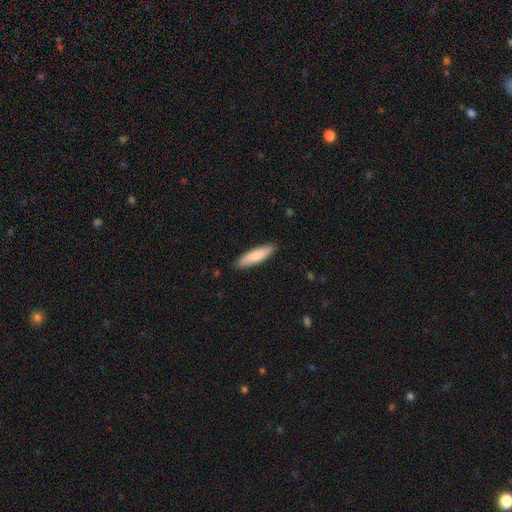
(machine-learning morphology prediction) The model was most divided on "how rounded": cigar-shaped: 69%, in between: 30%, round: 1%. More confident: merging — none (89%); smooth or featured — smooth (83%).